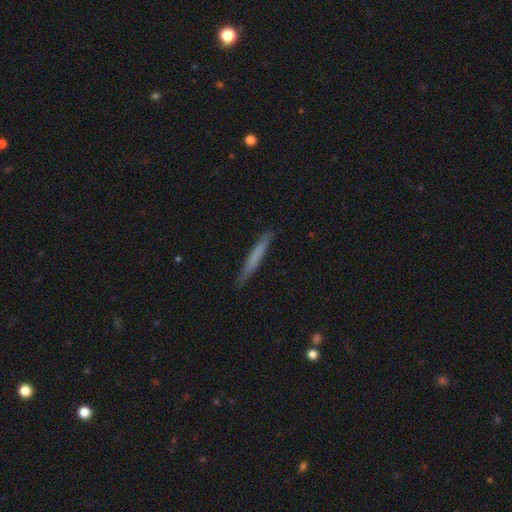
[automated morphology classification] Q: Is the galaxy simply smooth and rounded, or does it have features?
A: smooth — 64%.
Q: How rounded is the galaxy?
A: cigar-shaped — 96%.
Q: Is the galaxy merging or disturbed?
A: none — 88%.